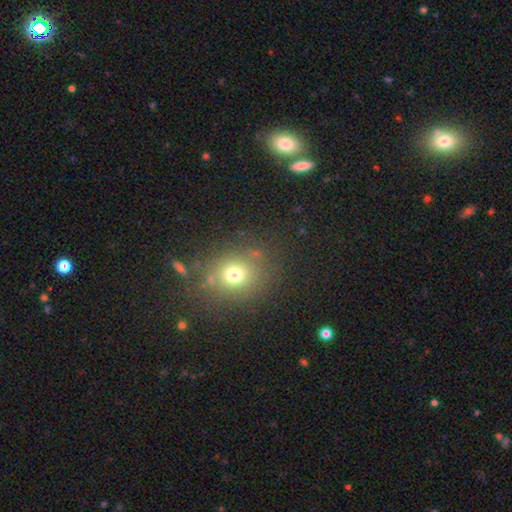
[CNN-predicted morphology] smooth-or-featured: smooth: 70% | star or artifact: 20% | featured or disk: 10%
  how-rounded: round: 76% | in between: 23% | cigar-shaped: 1%
  merging: none: 80% | minor disturbance: 10% | merger: 6% | major disturbance: 4%